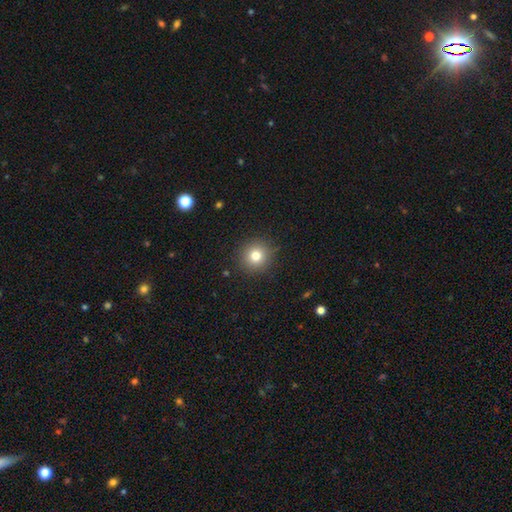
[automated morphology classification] A smooth galaxy with no disk features (79%) that is round (92%). Merging: none (90%).